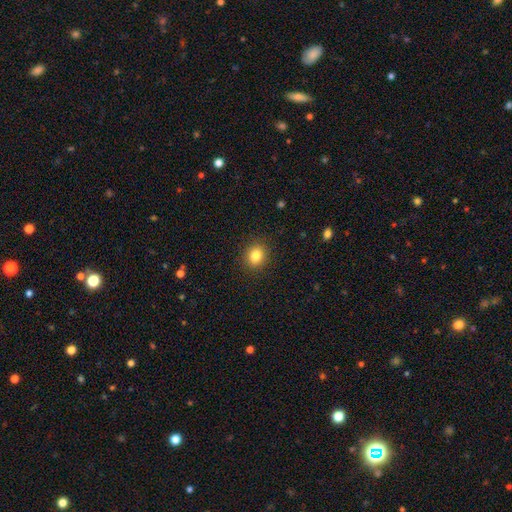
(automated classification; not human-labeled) Smooth or featured: smooth — 84% (star or artifact — 11%)
How rounded: round — 71% (in between — 28%)
Merging: none — 90% (minor disturbance — 7%)